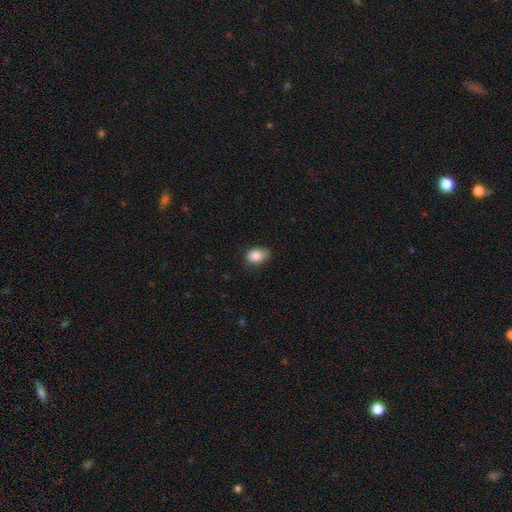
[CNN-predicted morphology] The model was most divided on "merging": none: 73%, minor disturbance: 22%, major disturbance: 4%, merger: 1%. More confident: smooth or featured — smooth (86%); how rounded — in between (79%).